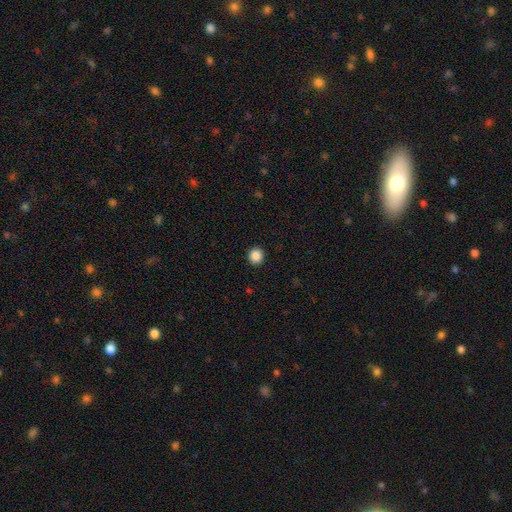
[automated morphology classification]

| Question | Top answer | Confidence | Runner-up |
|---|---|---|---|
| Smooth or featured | smooth | 87% | star or artifact (10%) |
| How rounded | round | 92% | in between (7%) |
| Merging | none | 93% | minor disturbance (5%) |